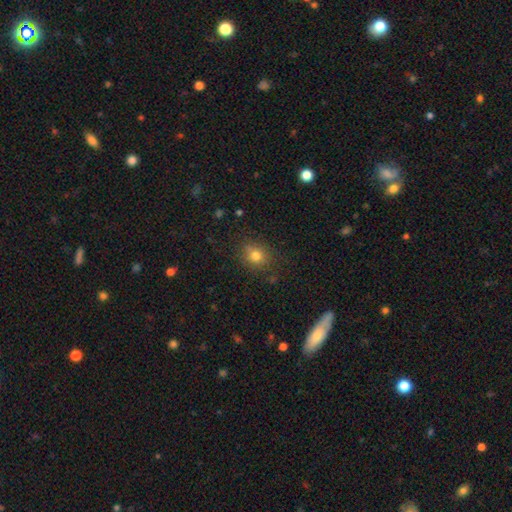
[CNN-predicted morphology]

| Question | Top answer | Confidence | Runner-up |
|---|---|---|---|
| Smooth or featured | smooth | 77% | star or artifact (14%) |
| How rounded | round | 71% | in between (27%) |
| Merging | none | 81% | minor disturbance (13%) |